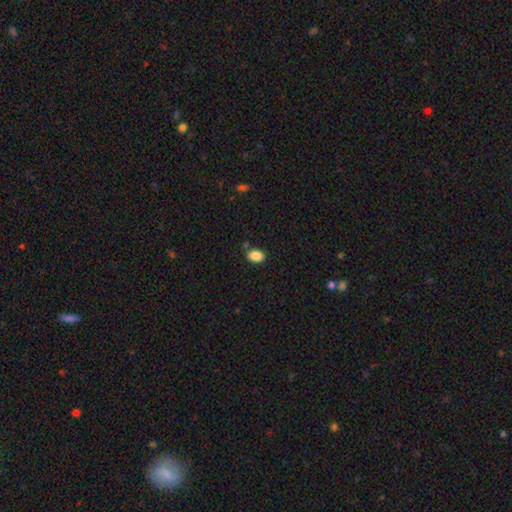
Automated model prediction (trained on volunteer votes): The model was most divided on "how rounded": in between: 84%, round: 15%, cigar-shaped: 1%. More confident: smooth or featured — smooth (88%); merging — none (84%).